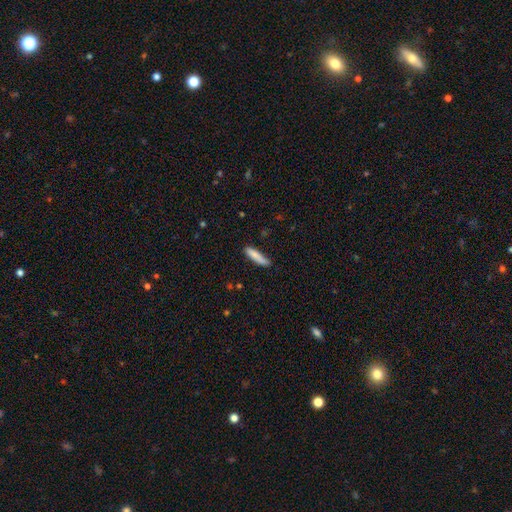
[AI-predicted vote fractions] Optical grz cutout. It shows a smooth galaxy with no disk features (83%) that is cigar-shaped (79%). Merging: none (75%).